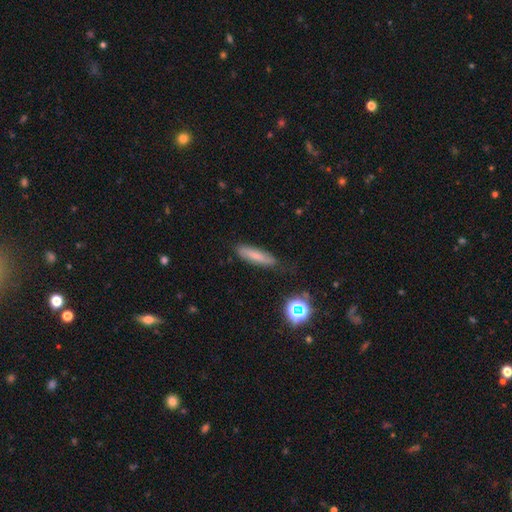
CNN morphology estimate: Smooth or featured? smooth (68%)
How rounded? cigar-shaped (71%)
Merging? none (73%)